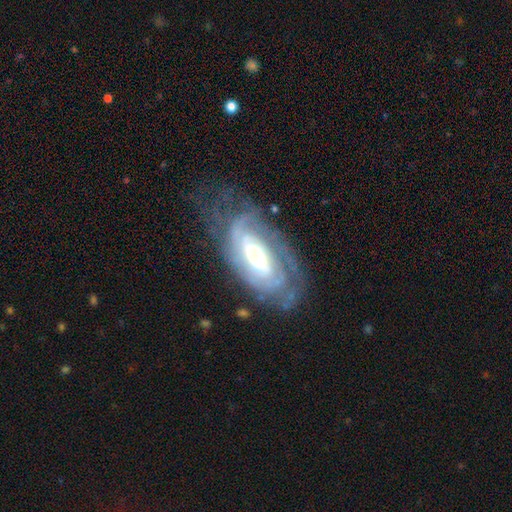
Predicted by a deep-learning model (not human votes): featured or disk 83%, smooth 12%, star or artifact 5%. Down the decision tree: edge-on disk — no (93%); bar — no (42%); spiral arms — yes (91%); spiral arm count — can't tell (40%); spiral winding — tight (65%); bulge size — moderate (55%); merging — none (59%).